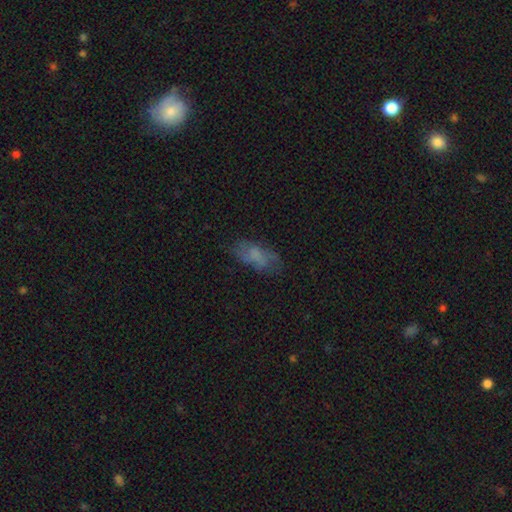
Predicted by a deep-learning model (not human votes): A smooth galaxy with no disk features (60%) that is in between round and cigar-shaped (84%).

Vote fractions:
- Smooth or featured? smooth: 60% / featured or disk: 29% / star or artifact: 11%
- How rounded? in between: 84% / cigar-shaped: 13% / round: 4%
- Merging? none: 60% / minor disturbance: 24% / major disturbance: 14% / merger: 2%